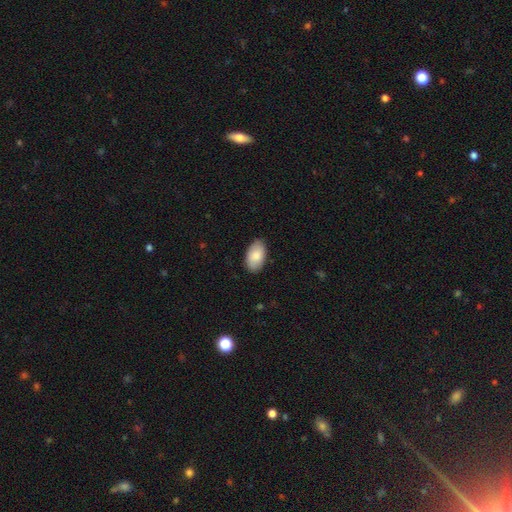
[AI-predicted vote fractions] Smooth or featured: smooth — 83% (featured or disk — 11%)
How rounded: in between — 95% (round — 4%)
Merging: none — 85% (minor disturbance — 12%)